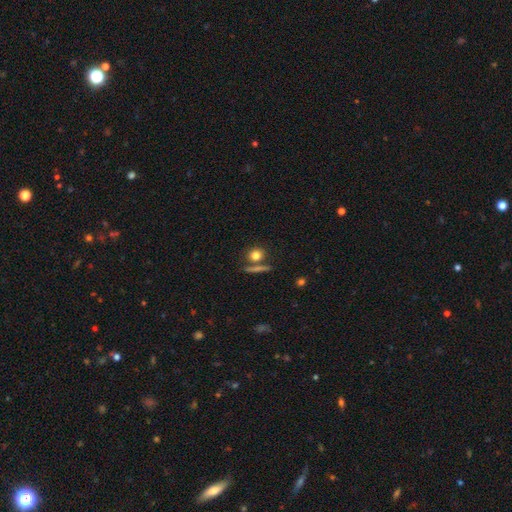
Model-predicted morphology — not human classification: Smooth or featured: smooth — 80% (star or artifact — 11%)
How rounded: round — 75% (in between — 20%)
Merging: none — 70% (merger — 16%)